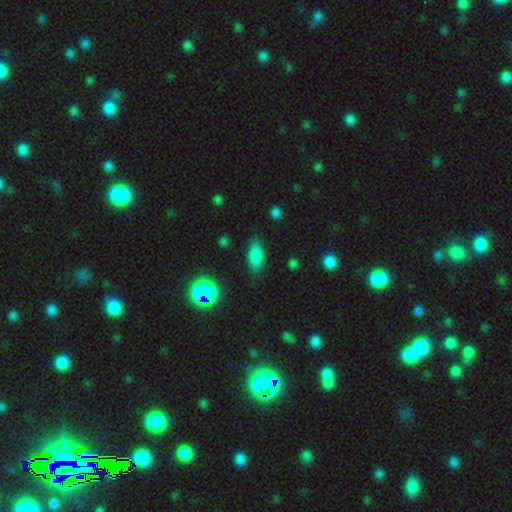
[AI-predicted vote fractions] Overall: smooth (78%). How rounded: in between (78%). Merging: none (83%).